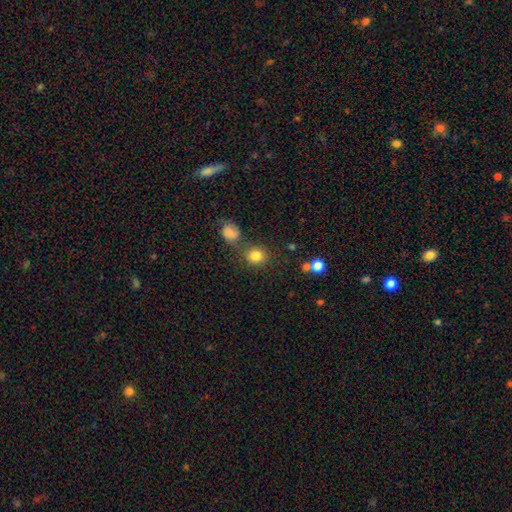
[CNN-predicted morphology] Smooth or featured?
  - smooth: 83% *
  - star or artifact: 11%
  - featured or disk: 6%
How rounded?
  - round: 78% *
  - in between: 21%
  - cigar-shaped: 1%
Merging?
  - none: 70% *
  - merger: 14%
  - minor disturbance: 11%
  - major disturbance: 5%